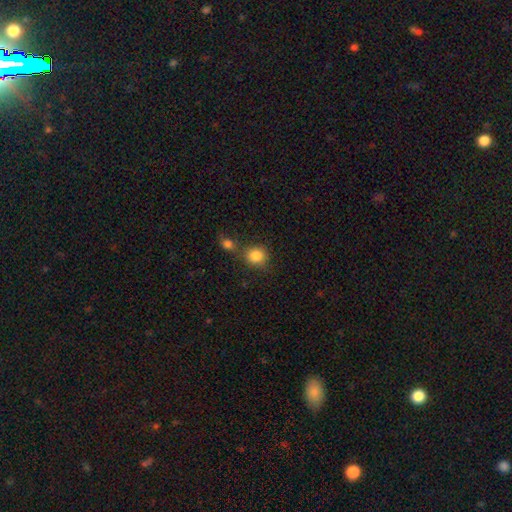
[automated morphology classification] The model was most divided on "merging": none: 62%, merger: 22%, minor disturbance: 11%, major disturbance: 4%. More confident: smooth or featured — smooth (84%); how rounded — round (81%).